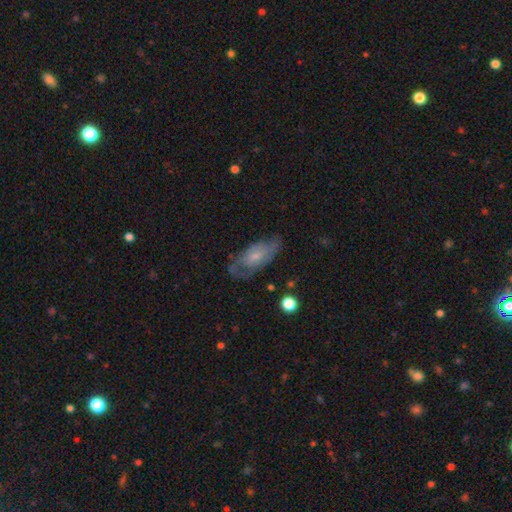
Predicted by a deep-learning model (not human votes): Morphology: type=featured or disk (56%); edge-on=no (88%); merging=none (59%).